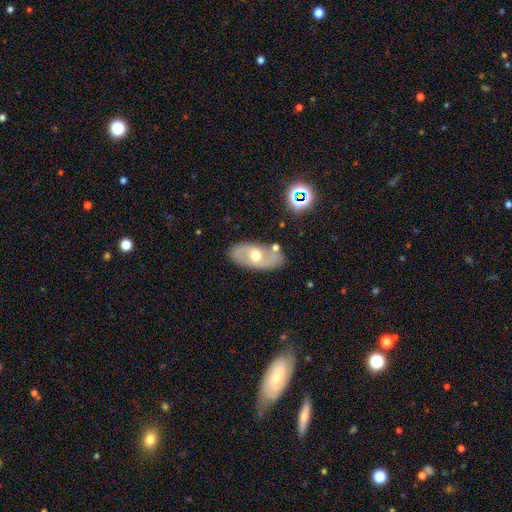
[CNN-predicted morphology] Q: Smooth or featured?
A: featured or disk (59%); runner-up: smooth (34%)
Q: Edge-on disk?
A: no (88%); runner-up: yes (12%)
Q: Bar?
A: no (63%); runner-up: weak (28%)
Q: Spiral arms?
A: no (51%); runner-up: yes (49%)
Q: Bulge size?
A: moderate (75%); runner-up: small (12%)
Q: Merging?
A: none (75%); runner-up: minor disturbance (15%)